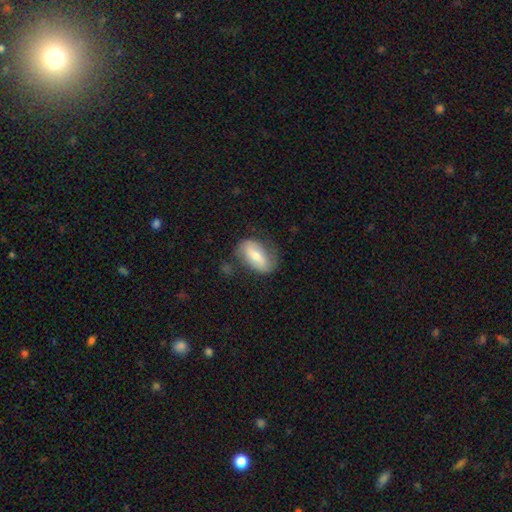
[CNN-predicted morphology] A smooth galaxy with no disk features (62%) that is in between round and cigar-shaped (90%).

Vote fractions:
- Smooth or featured? smooth: 62% / featured or disk: 32% / star or artifact: 6%
- How rounded? in between: 90% / cigar-shaped: 5% / round: 5%
- Merging? none: 63% / minor disturbance: 25% / major disturbance: 9% / merger: 3%